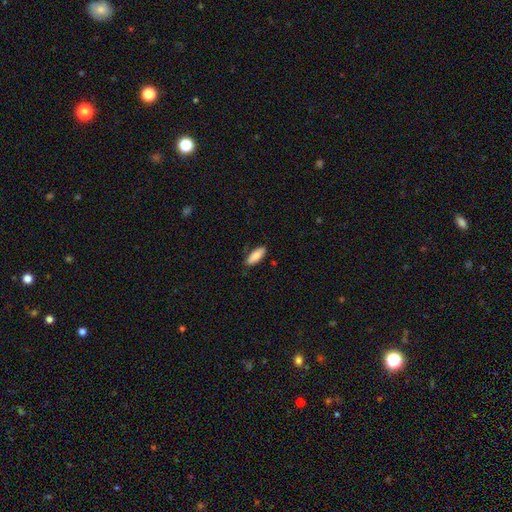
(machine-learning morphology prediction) A smooth galaxy with no disk features (87%) that is in between round and cigar-shaped (72%).

Vote fractions:
- Smooth or featured? smooth: 87% / featured or disk: 7% / star or artifact: 6%
- How rounded? in between: 72% / cigar-shaped: 26% / round: 2%
- Merging? none: 83% / minor disturbance: 13% / major disturbance: 2% / merger: 1%